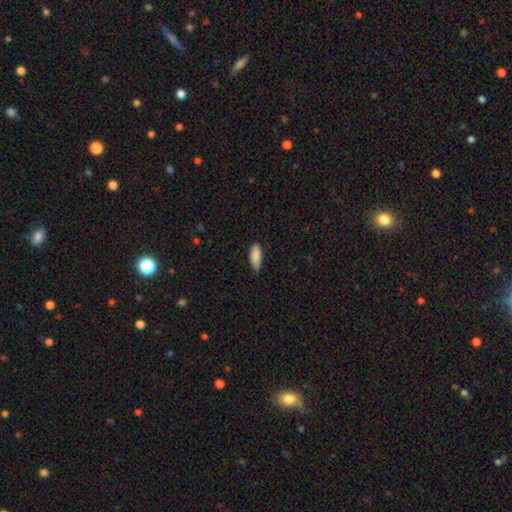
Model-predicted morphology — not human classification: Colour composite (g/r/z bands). It shows a smooth galaxy with no disk features (86%) that is in between round and cigar-shaped (83%). Merging: none (54%).